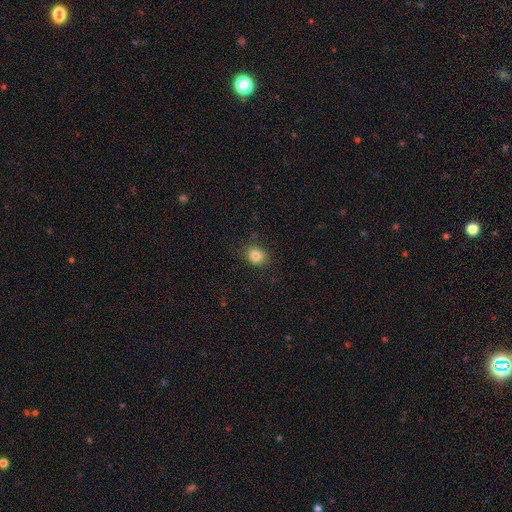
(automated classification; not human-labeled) smooth_or_featured: smooth (p=0.83) [alt: star or artifact p=0.11]
how_rounded: round (p=0.60) [alt: in between p=0.39]
merging: none (p=0.84) [alt: minor disturbance p=0.12]